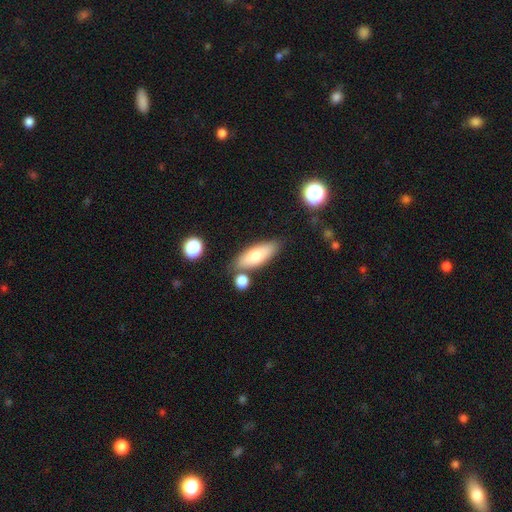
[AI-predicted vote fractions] Smooth or featured? smooth (73%)
How rounded? in between (67%)
Merging? none (72%)